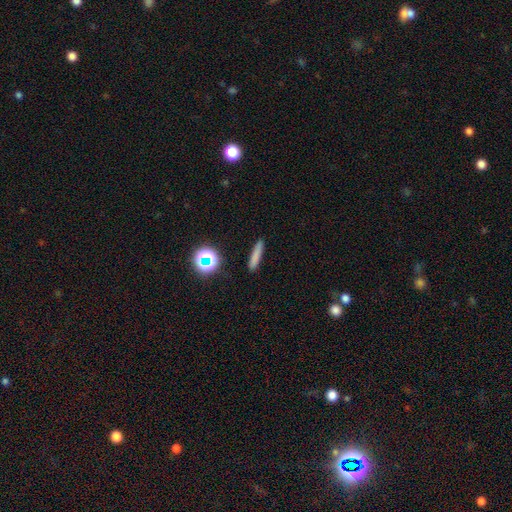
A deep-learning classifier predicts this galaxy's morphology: Smooth or featured? smooth (75%)
How rounded? cigar-shaped (88%)
Merging? none (88%)